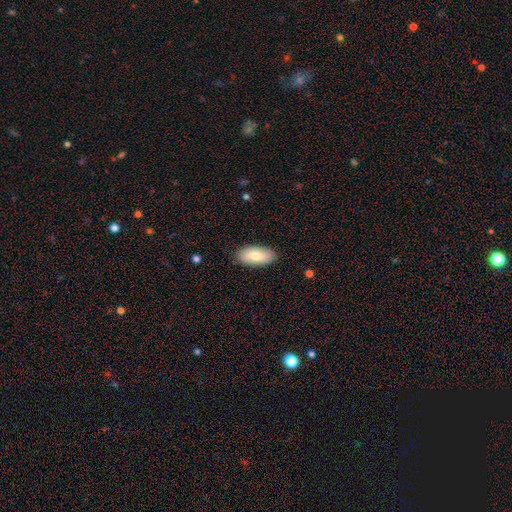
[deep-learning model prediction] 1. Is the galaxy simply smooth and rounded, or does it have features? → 76% smooth, 18% featured or disk, 6% star or artifact.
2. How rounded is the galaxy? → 91% in between, 7% cigar-shaped, 2% round.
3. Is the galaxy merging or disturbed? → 87% none, 10% minor disturbance, 2% major disturbance, 1% merger.